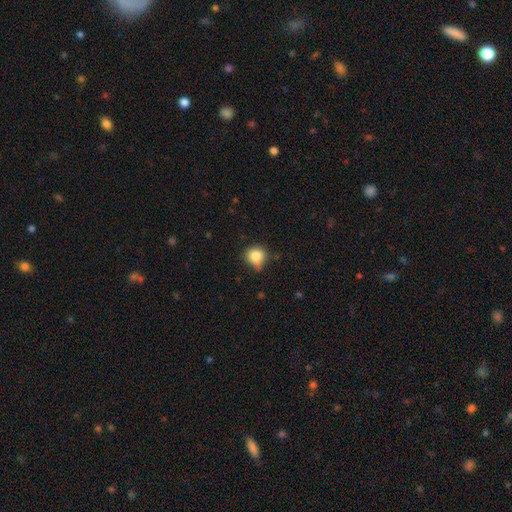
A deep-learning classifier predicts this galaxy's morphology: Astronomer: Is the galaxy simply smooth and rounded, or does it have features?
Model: smooth — 82%.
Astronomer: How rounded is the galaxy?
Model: round — 82%.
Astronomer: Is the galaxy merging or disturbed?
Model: none — 57% (runner-up: minor disturbance, 32%).